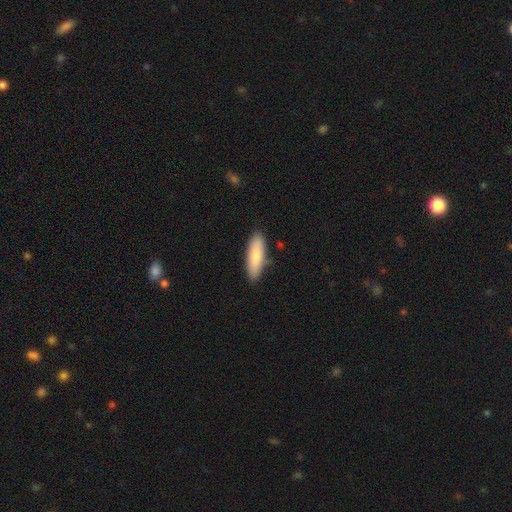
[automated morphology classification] Smooth or featured: smooth — 81% (featured or disk — 13%)
How rounded: in between — 50% (cigar-shaped — 49%)
Merging: none — 84% (minor disturbance — 12%)